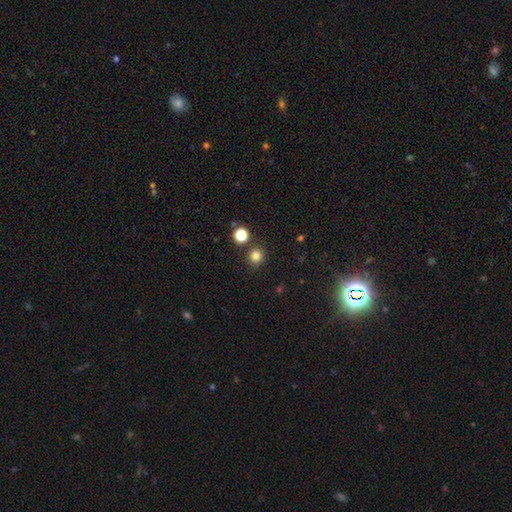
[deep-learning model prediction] Smooth or featured: smooth — 81% (star or artifact — 15%)
How rounded: round — 94% (in between — 5%)
Merging: none — 88% (minor disturbance — 6%)